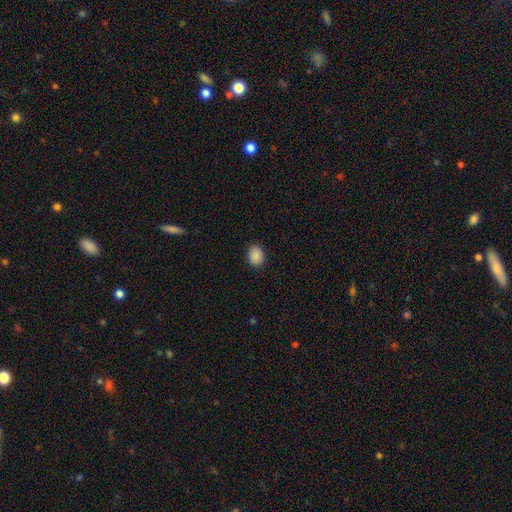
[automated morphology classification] A smooth galaxy with no disk features (89%) that is in between round and cigar-shaped (67%).

Vote fractions:
- Smooth or featured? smooth: 89% / star or artifact: 8% / featured or disk: 3%
- How rounded? in between: 67% / round: 32% / cigar-shaped: 1%
- Merging? none: 89% / minor disturbance: 8% / major disturbance: 2% / merger: 1%